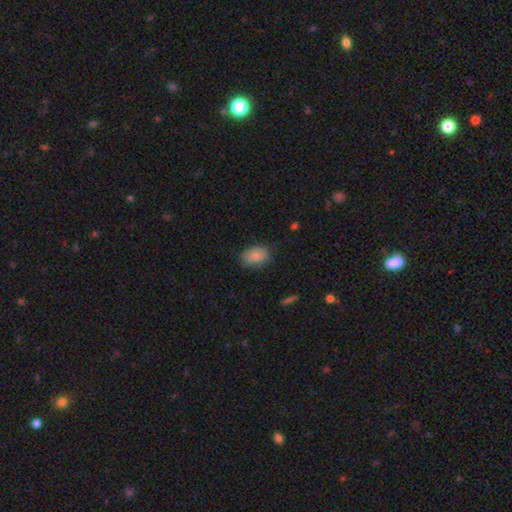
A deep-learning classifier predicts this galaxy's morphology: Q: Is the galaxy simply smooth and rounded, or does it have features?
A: smooth — 86%.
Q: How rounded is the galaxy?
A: in between — 83%.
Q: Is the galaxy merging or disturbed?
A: none — 79%.